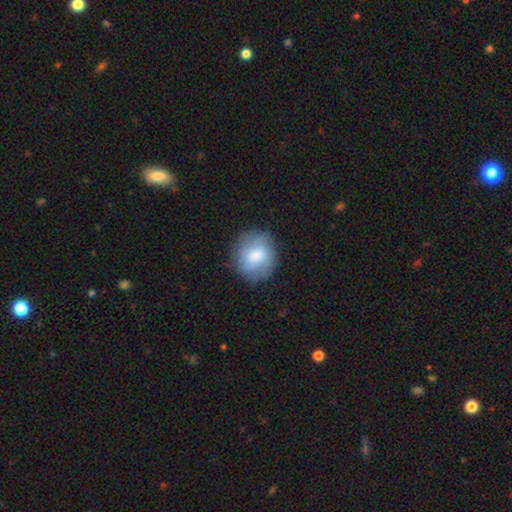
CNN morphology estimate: smooth-or-featured: smooth: 74% | featured or disk: 19% | star or artifact: 7%
  how-rounded: round: 76% | in between: 22% | cigar-shaped: 1%
  merging: none: 73% | minor disturbance: 18% | major disturbance: 7% | merger: 1%